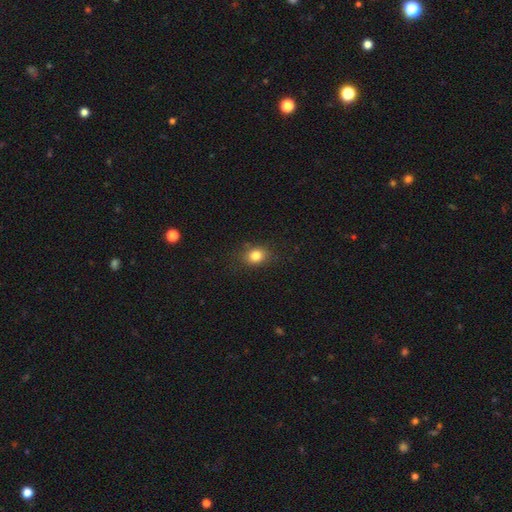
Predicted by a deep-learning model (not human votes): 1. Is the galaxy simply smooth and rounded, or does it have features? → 82% smooth, 11% star or artifact, 6% featured or disk.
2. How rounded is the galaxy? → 56% round, 43% in between, 1% cigar-shaped.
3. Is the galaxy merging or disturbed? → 82% none, 13% minor disturbance, 4% major disturbance, 1% merger.